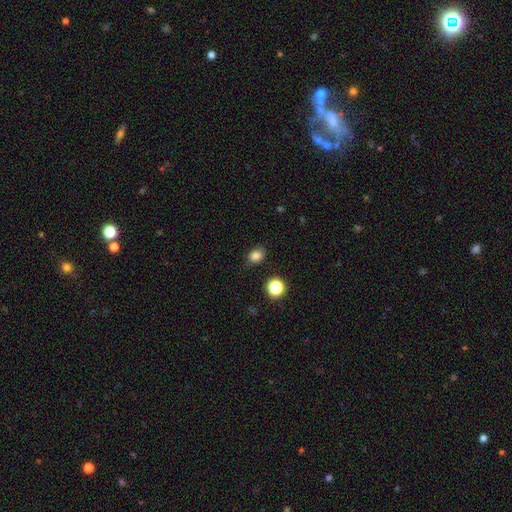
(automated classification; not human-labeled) Smooth or featured? Predicted: smooth (p=0.82). How rounded? Predicted: in between (p=0.58). Merging? Predicted: none (p=0.83).